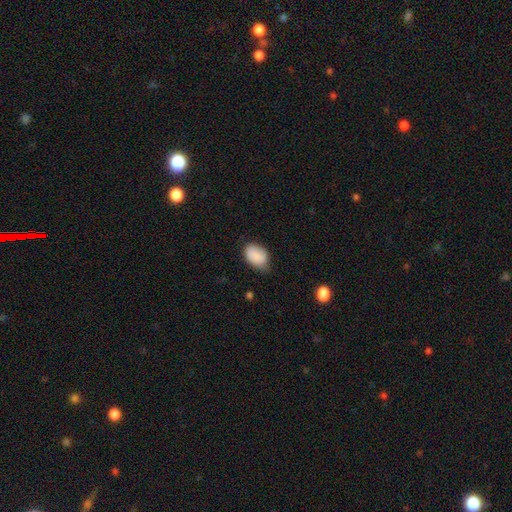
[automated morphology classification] Overall: smooth (87%). How rounded: in between (83%). Merging: none (60%; minor disturbance 33%).